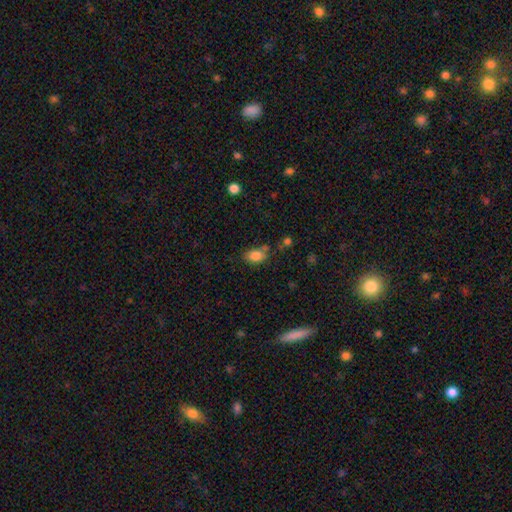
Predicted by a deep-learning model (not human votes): Morphology: type=smooth (84%); roundness=in between (80%); merging=none (65%).